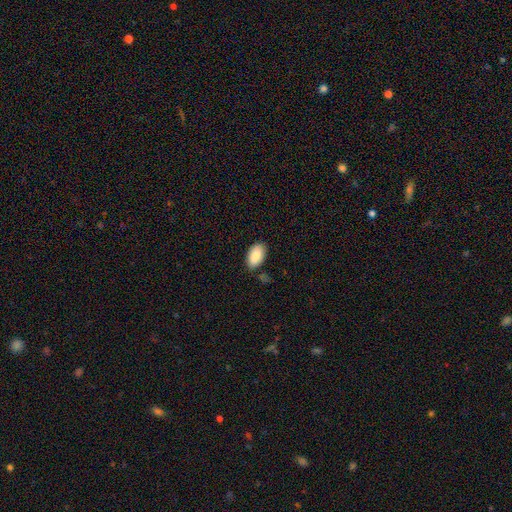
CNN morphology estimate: A smooth galaxy with no disk features (87%) that is in between round and cigar-shaped (95%). Merging: none (80%).